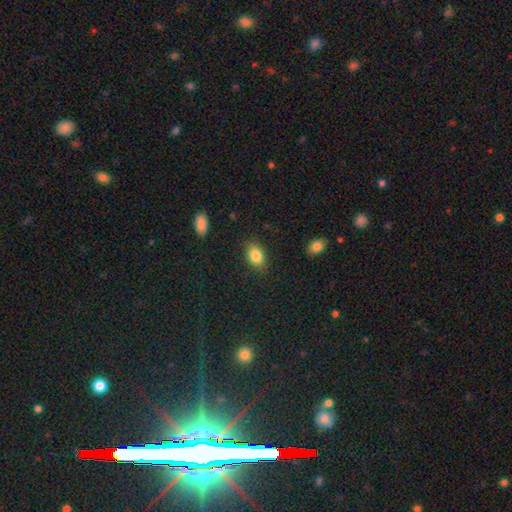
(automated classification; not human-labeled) Overall: smooth (84%). How rounded: in between (85%). Merging: none (85%).